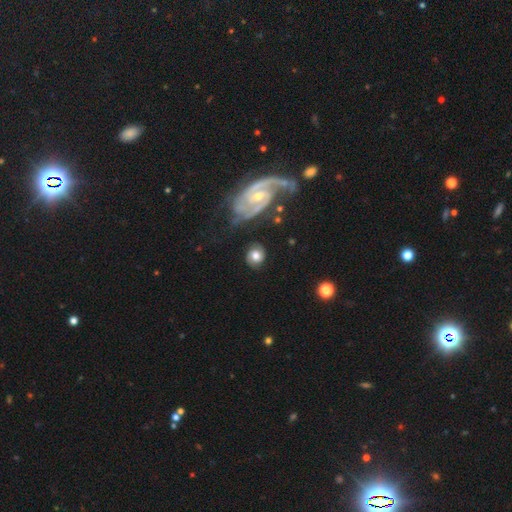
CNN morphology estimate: Smooth or featured? Predicted: smooth (p=0.55). How rounded? Predicted: round (p=0.77). Merging? Predicted: none (p=0.76).